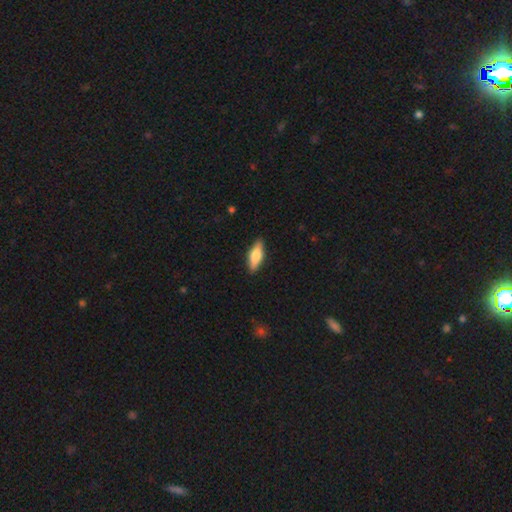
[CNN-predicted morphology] type=smooth (64%); roundness=in between (59%); merging=none (89%).